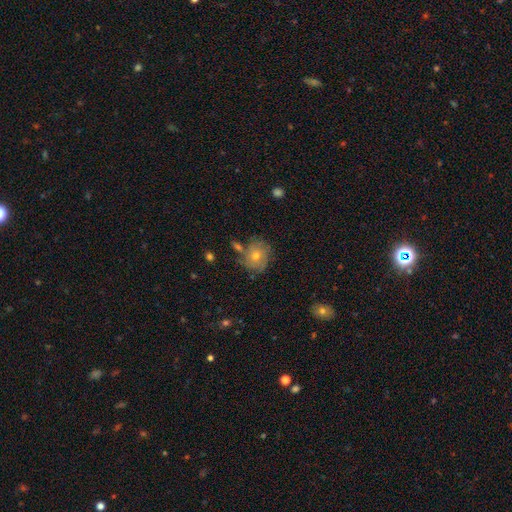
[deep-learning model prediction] Morphology: type=featured or disk (54%); edge-on=no (97%); bar=no (84%); spiral arms=yes (81%); bulge=moderate (59%); merging=none (69%).